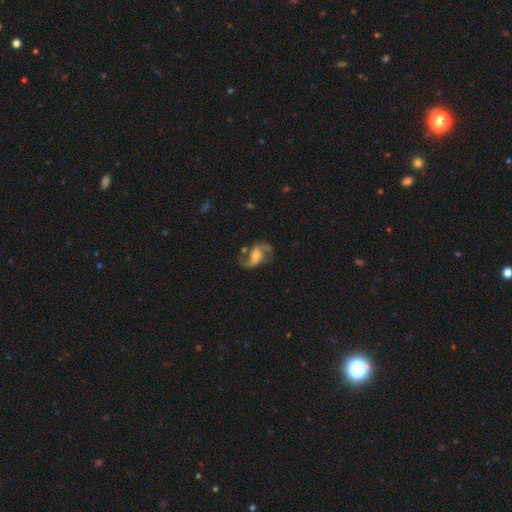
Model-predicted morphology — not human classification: A featured or disk galaxy (87%) with a weak bar (44%), 2 (92%) loose (57%) spiral arms (97%) and a moderate central bulge (42%).

Vote fractions:
- Smooth or featured? featured or disk: 87% / smooth: 7% / star or artifact: 6%
- Edge-on disk? no: 98% / yes: 2%
- Bar? weak: 44% / no: 39% / strong: 17%
- Spiral arms? yes: 97% / no: 3%
- Spiral winding? loose: 57% / medium: 37% / tight: 6%
- Spiral arm count? 2: 92% / 1: 2% / can't tell: 2% / 3: 1% / 4: 1% / more than 4: 1%
- Bulge size? moderate: 42% / small: 33% / none: 12% / large: 12% / dominant: 2%
- Merging? none: 72% / minor disturbance: 15% / major disturbance: 10% / merger: 4%